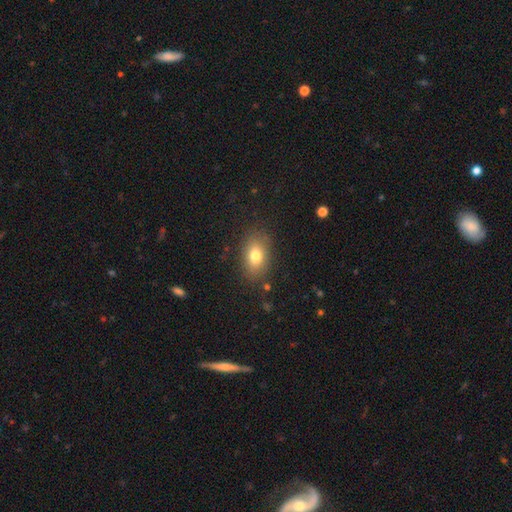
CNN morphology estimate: smooth_or_featured: smooth (p=0.78) [alt: featured or disk p=0.12]
how_rounded: in between (p=0.81) [alt: round p=0.18]
merging: none (p=0.83) [alt: minor disturbance p=0.11]